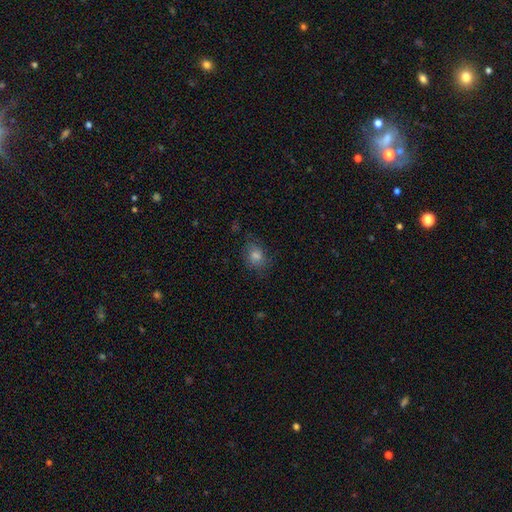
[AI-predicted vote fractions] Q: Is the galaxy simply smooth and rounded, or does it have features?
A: smooth — 59%.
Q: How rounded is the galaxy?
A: in between — 52%.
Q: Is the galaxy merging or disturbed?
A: none — 72%.